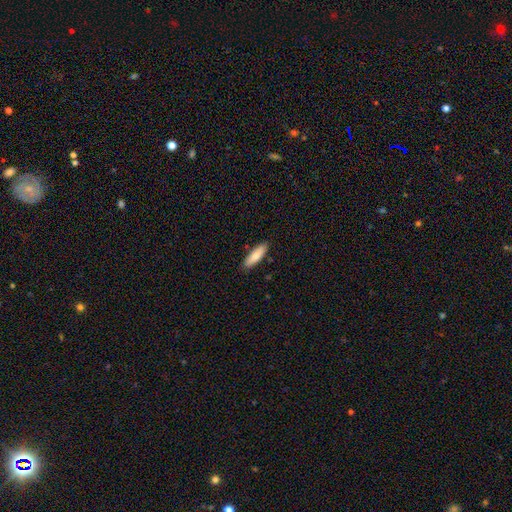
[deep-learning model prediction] Smooth or featured?
  - smooth: 81% *
  - featured or disk: 13%
  - star or artifact: 6%
How rounded?
  - cigar-shaped: 56% *
  - in between: 42%
  - round: 2%
Merging?
  - none: 88% *
  - minor disturbance: 9%
  - major disturbance: 2%
  - merger: 1%